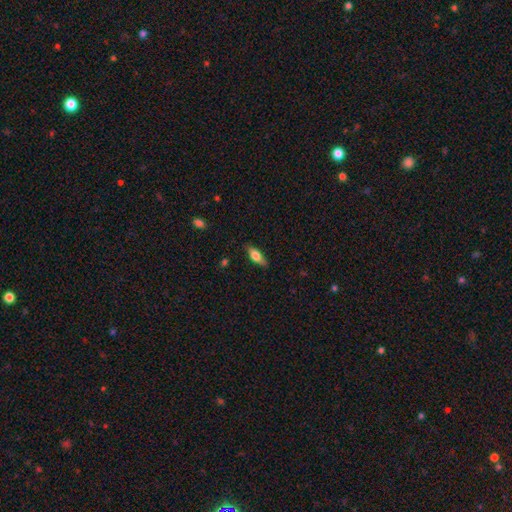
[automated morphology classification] smooth_or_featured: smooth (p=0.62) [alt: featured or disk p=0.32]
how_rounded: in between (p=0.65) [alt: cigar-shaped p=0.31]
merging: none (p=0.83) [alt: minor disturbance p=0.13]